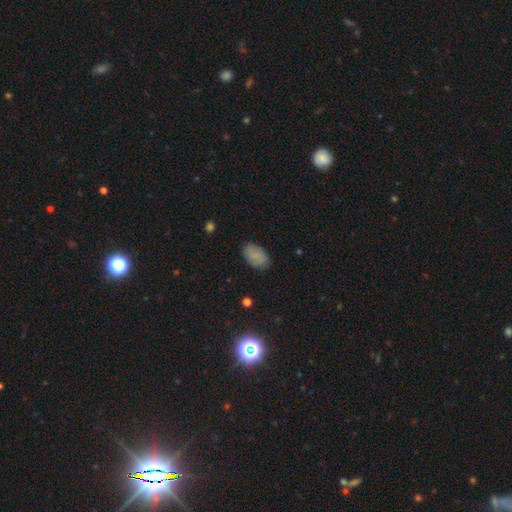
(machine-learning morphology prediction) Smooth or featured? smooth (81%)
How rounded? in between (91%)
Merging? none (84%)